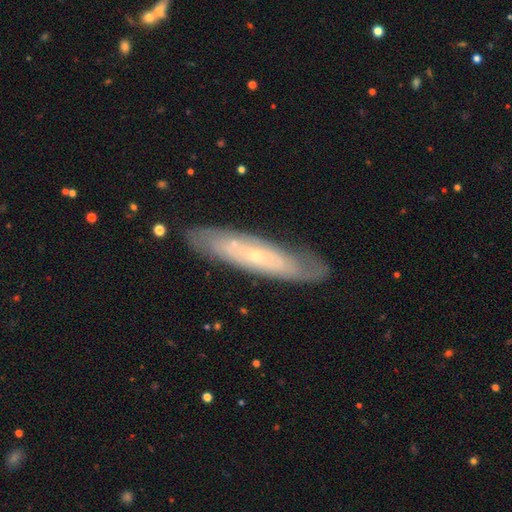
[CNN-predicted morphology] Overall: featured or disk (68%). Edge-on disk: no (63%; yes 37%). Merging: none (79%).